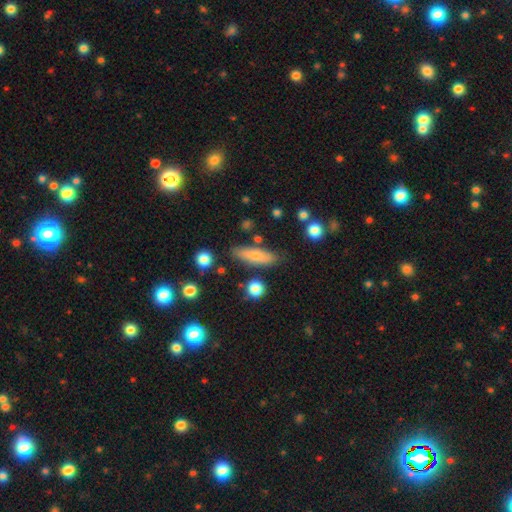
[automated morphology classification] The model was most divided on "how rounded": cigar-shaped: 52%, in between: 45%, round: 3%. More confident: merging — none (78%); smooth or featured — smooth (72%).